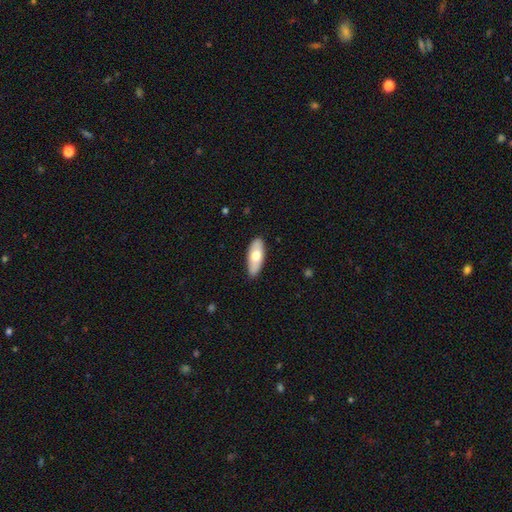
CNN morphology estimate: The model was most divided on "smooth or featured": smooth: 67%, featured or disk: 28%, star or artifact: 5%. More confident: merging — none (85%); how rounded — in between (79%).